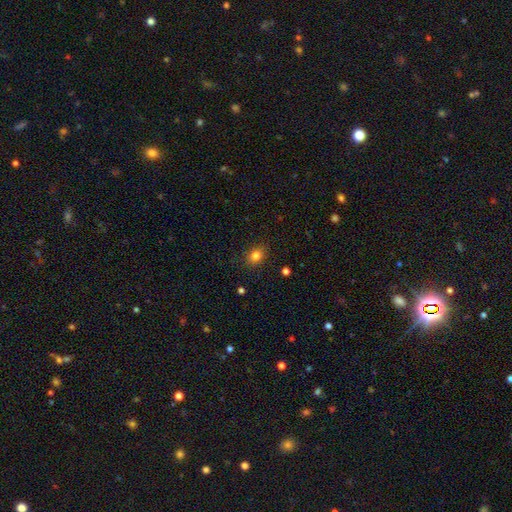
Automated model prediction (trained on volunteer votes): smooth 82%, star or artifact 11%, featured or disk 7%. Down the decision tree: how rounded — in between (61%); merging — none (87%).